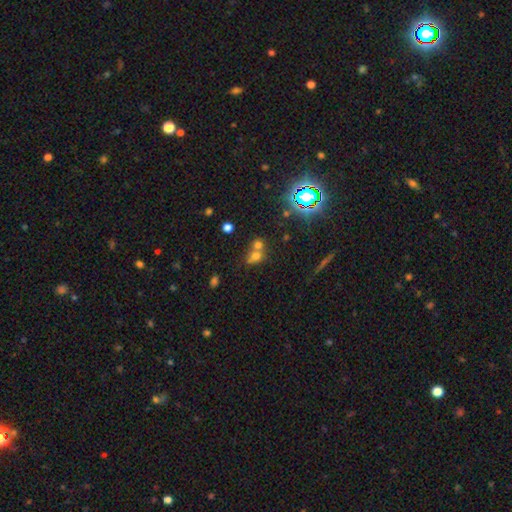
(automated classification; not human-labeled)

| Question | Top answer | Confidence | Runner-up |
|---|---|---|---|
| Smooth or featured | smooth | 61% | star or artifact (23%) |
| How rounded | round | 64% | in between (34%) |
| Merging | merger | 59% | none (31%) |